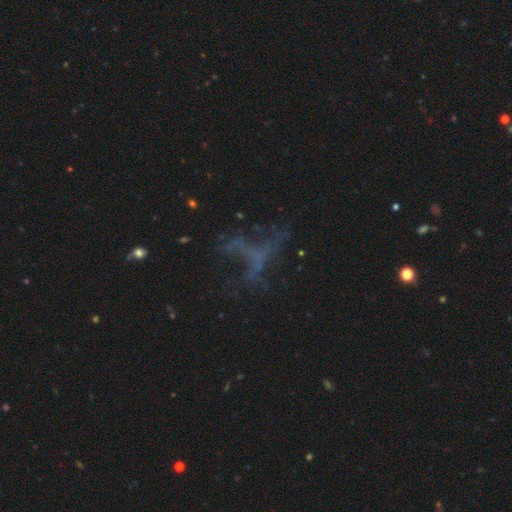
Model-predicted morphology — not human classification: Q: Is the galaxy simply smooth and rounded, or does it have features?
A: featured or disk — 46%.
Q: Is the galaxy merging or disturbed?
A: none — 47%.